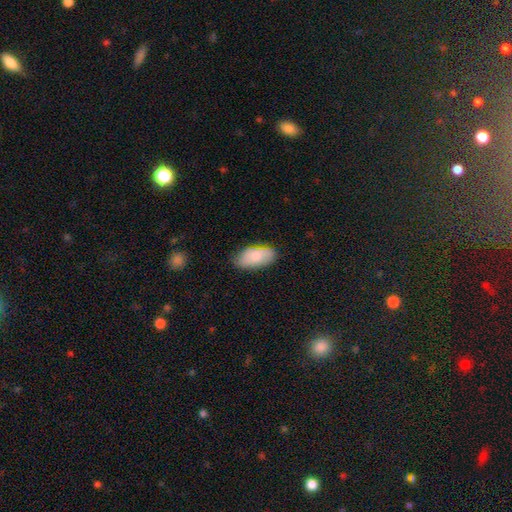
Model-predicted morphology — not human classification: smooth-or-featured: smooth: 74% | featured or disk: 20% | star or artifact: 7%
  how-rounded: in between: 94% | round: 3% | cigar-shaped: 3%
  merging: none: 72% | minor disturbance: 22% | major disturbance: 4% | merger: 2%